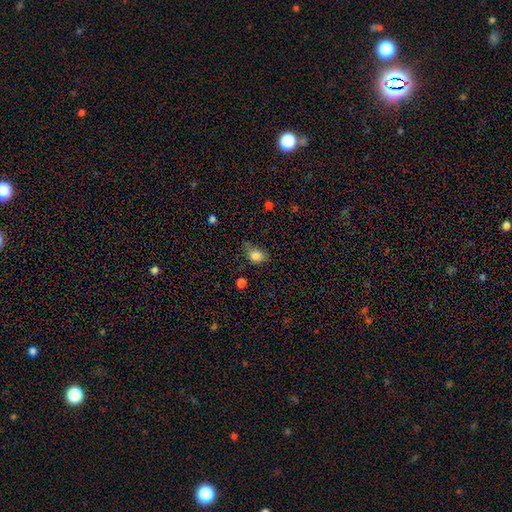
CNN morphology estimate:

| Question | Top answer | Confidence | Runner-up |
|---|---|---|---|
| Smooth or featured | smooth | 84% | star or artifact (10%) |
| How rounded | in between | 60% | round (38%) |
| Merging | none | 58% | minor disturbance (32%) |